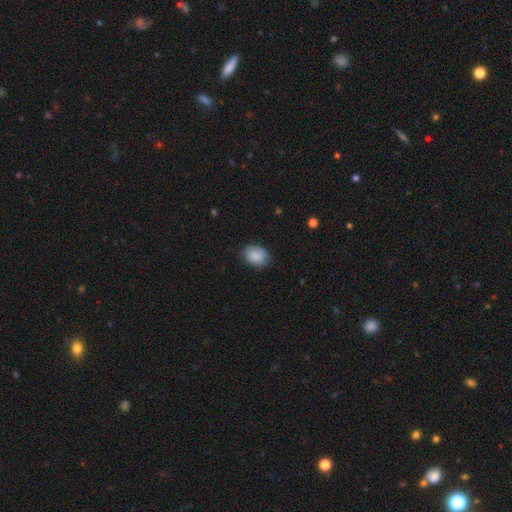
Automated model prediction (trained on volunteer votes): smooth_or_featured: smooth (p=0.87) [alt: star or artifact p=0.07]
how_rounded: in between (p=0.59) [alt: round p=0.40]
merging: none (p=0.81) [alt: minor disturbance p=0.15]